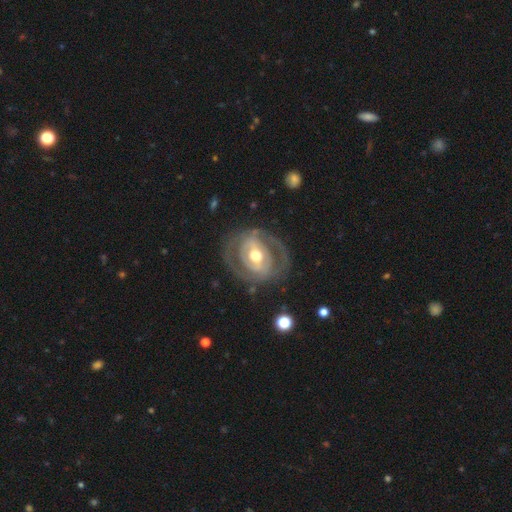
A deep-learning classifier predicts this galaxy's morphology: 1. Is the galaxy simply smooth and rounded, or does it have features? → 76% featured or disk, 19% smooth, 5% star or artifact.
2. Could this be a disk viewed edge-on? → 96% no, 4% yes.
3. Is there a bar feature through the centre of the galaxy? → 34% no (tied), 34% weak (tied), 32% strong.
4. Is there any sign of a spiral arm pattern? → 55% yes, 45% no.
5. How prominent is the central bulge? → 74% moderate, 13% small, 11% large, 1% dominant, 1% none.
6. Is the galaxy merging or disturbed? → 73% none, 15% minor disturbance, 11% major disturbance, 2% merger.